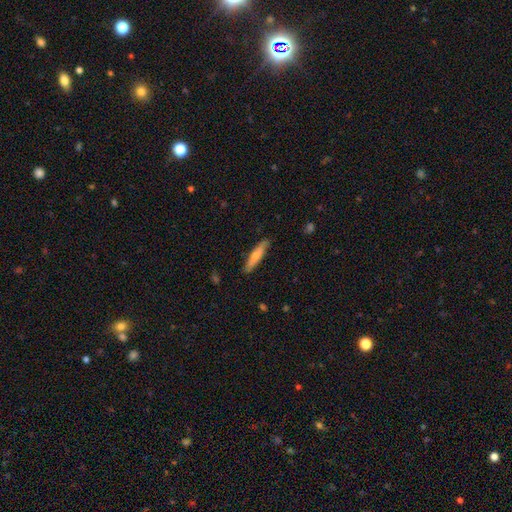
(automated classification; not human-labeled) Morphology: type=smooth (69%); roundness=cigar-shaped (87%); merging=none (85%).